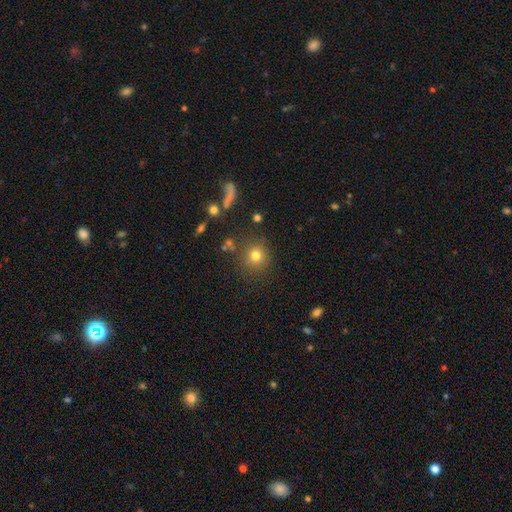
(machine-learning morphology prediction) Smooth or featured: smooth — 77% (star or artifact — 14%)
How rounded: round — 91% (in between — 7%)
Merging: none — 83% (minor disturbance — 9%)